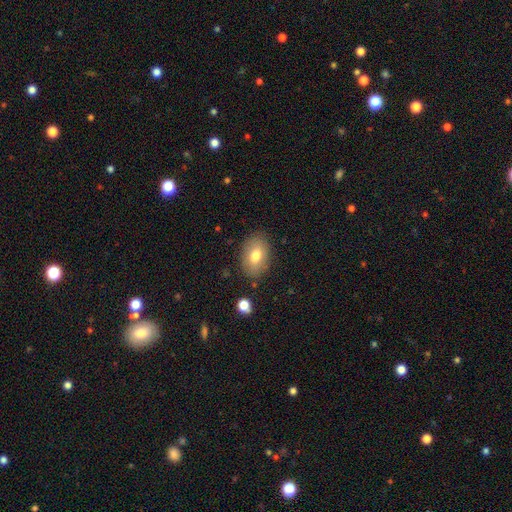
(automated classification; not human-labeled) This appears to be a smooth galaxy with no disk features (75%) that is in between round and cigar-shaped (85%). Merging: none (83%).